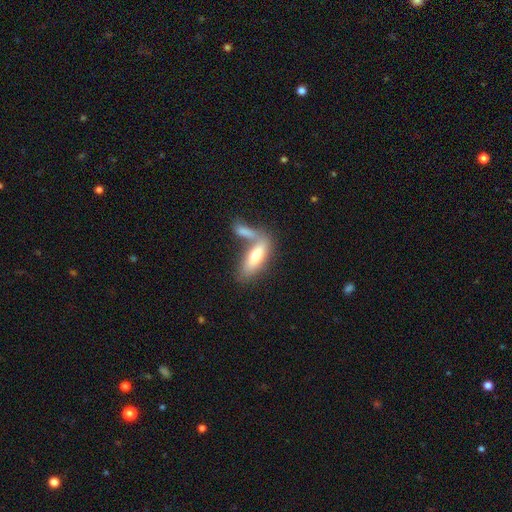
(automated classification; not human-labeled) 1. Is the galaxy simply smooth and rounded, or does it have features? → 66% smooth, 28% featured or disk, 6% star or artifact.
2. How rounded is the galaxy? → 59% in between, 38% cigar-shaped, 2% round.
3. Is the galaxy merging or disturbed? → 45% merger, 37% none, 11% minor disturbance, 6% major disturbance.